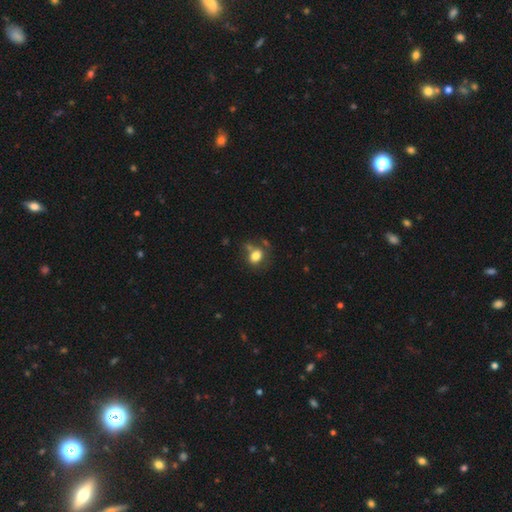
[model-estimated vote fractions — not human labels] Q: Smooth or featured?
A: smooth (78%); runner-up: featured or disk (12%)
Q: How rounded?
A: in between (55%); runner-up: round (43%)
Q: Merging?
A: none (53%); runner-up: minor disturbance (22%)